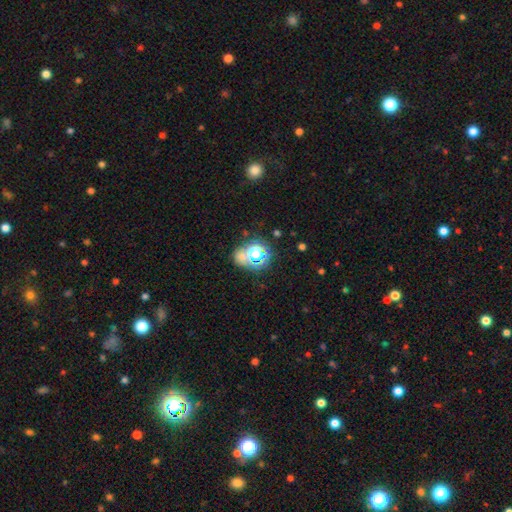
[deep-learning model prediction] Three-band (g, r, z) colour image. It shows a smooth galaxy with no disk features (45%). Merging: none (58%).